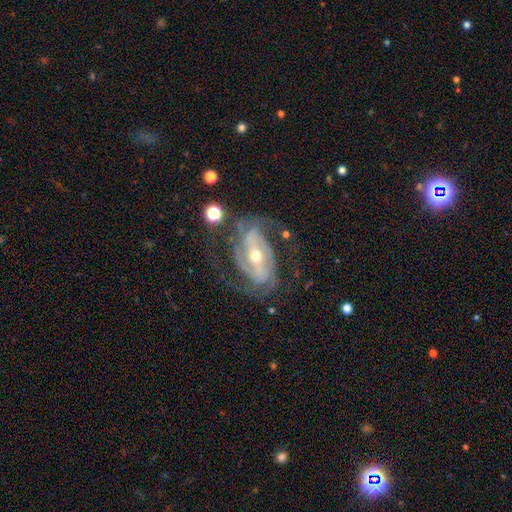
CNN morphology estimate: The model was most divided on "bulge size" (2-way tie): moderate: 48%, small: 48%, large: 2%, none: 1%, dominant: 1%. Remaining: spiral arms — yes (96%); edge-on disk — no (96%); smooth or featured — featured or disk (89%); merging — none (64%); bar — strong (52%); spiral arm count — 2 (49%); spiral winding — medium (45%).